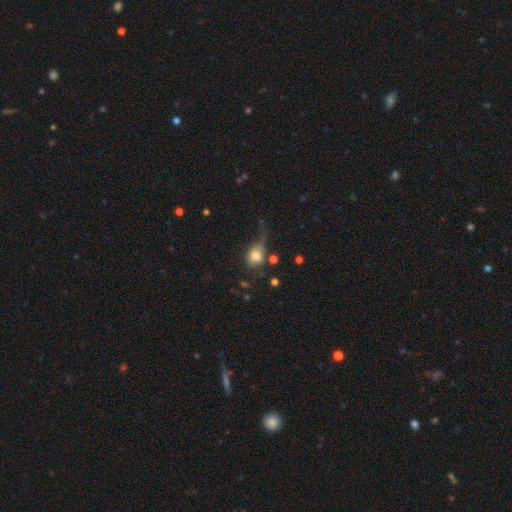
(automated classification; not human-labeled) Overall: smooth (75%). How rounded: in between (50%; round 47%). Merging: none (35%; minor disturbance 30%).